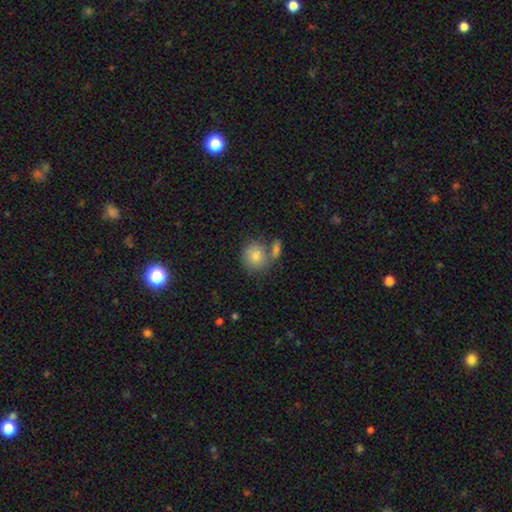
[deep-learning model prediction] Smooth or featured?
  - smooth: 77% *
  - featured or disk: 13%
  - star or artifact: 11%
How rounded?
  - round: 85% *
  - in between: 13%
  - cigar-shaped: 1%
Merging?
  - none: 60% *
  - merger: 24%
  - minor disturbance: 12%
  - major disturbance: 4%